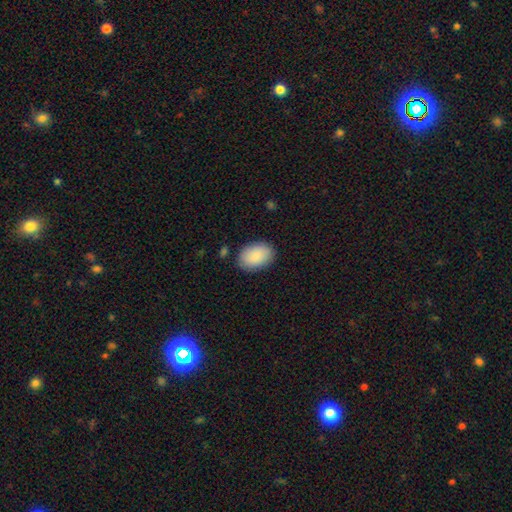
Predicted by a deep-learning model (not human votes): This appears to be a smooth galaxy with no disk features (89%) that is in between round and cigar-shaped (87%). Merging: none (85%).